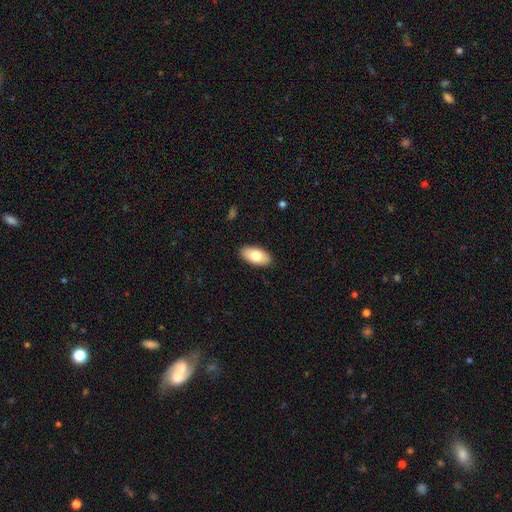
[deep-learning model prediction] Overall: smooth (77%). How rounded: in between (94%). Merging: none (89%).